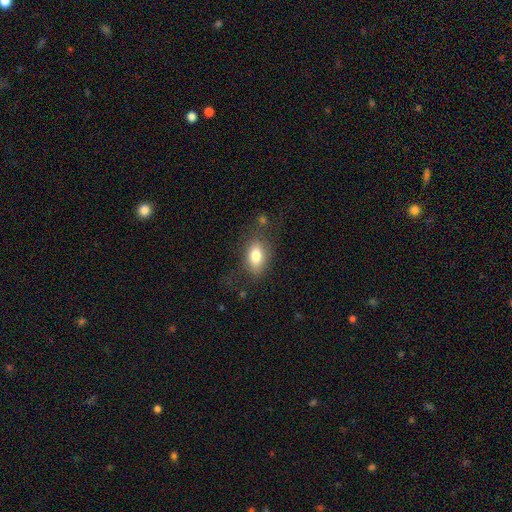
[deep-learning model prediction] smooth_or_featured: smooth (p=0.78) [alt: featured or disk p=0.14]
how_rounded: in between (p=0.87) [alt: round p=0.10]
merging: none (p=0.72) [alt: minor disturbance p=0.17]